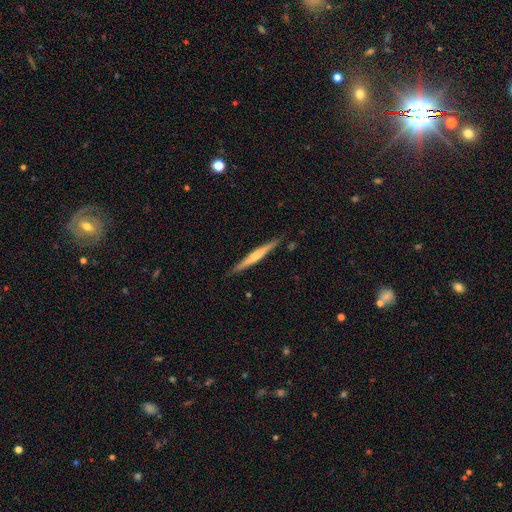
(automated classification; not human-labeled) smooth_or_featured: featured or disk (p=0.61) [alt: smooth p=0.34]
disk_edge_on: yes (p=0.98) [alt: no p=0.02]
edge_on_bulge: rounded (p=0.68) [alt: none p=0.25]
merging: none (p=0.88) [alt: minor disturbance p=0.09]